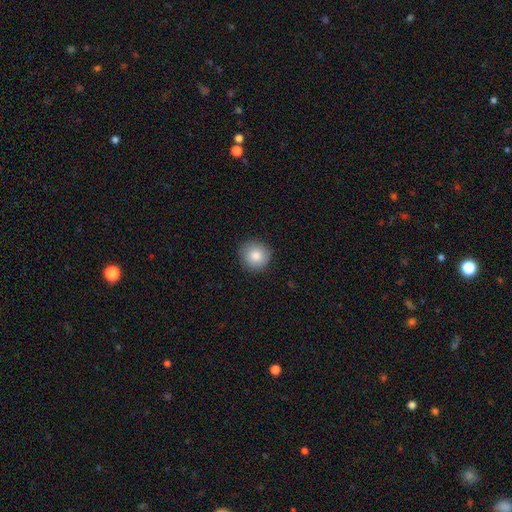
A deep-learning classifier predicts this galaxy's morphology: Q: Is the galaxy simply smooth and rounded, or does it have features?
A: smooth — 84%.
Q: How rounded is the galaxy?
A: round — 93%.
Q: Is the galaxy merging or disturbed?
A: none — 90%.